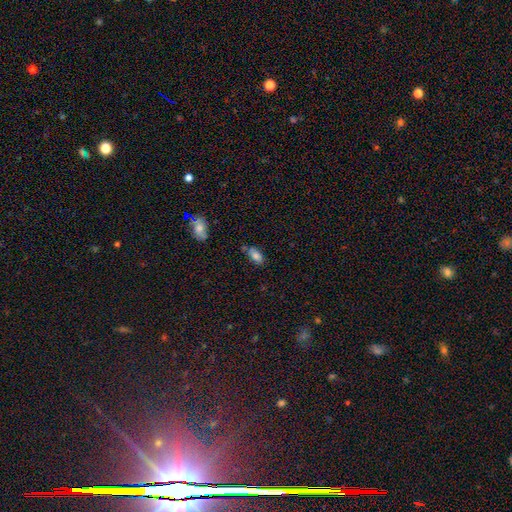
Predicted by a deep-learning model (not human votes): Smooth or featured? Predicted: smooth (p=0.80). How rounded? Predicted: in between (p=0.90). Merging? Predicted: none (p=0.58).